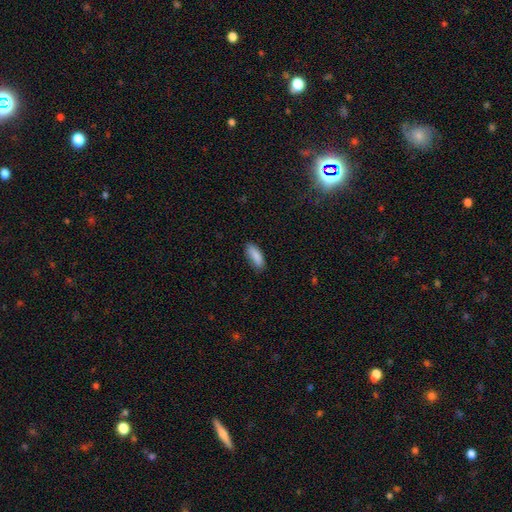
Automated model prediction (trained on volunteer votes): A smooth galaxy with no disk features (88%) that is in between round and cigar-shaped (71%).

Vote fractions:
- Smooth or featured? smooth: 88% / star or artifact: 6% / featured or disk: 5%
- How rounded? in between: 71% / cigar-shaped: 27% / round: 2%
- Merging? none: 78% / minor disturbance: 18% / major disturbance: 3% / merger: 1%